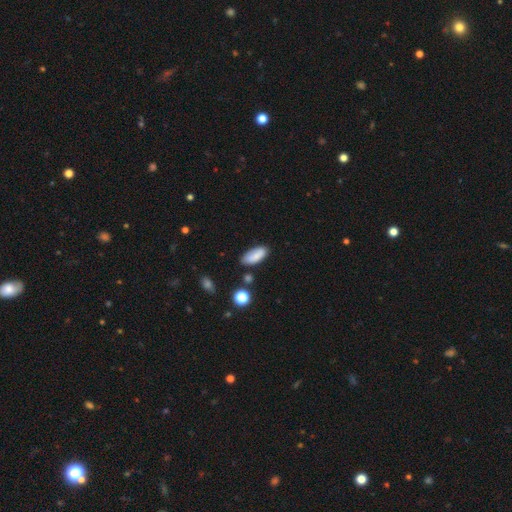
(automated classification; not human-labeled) smooth 84%, featured or disk 8%, star or artifact 8%. Down the decision tree: how rounded — in between (85%); merging — none (73%).